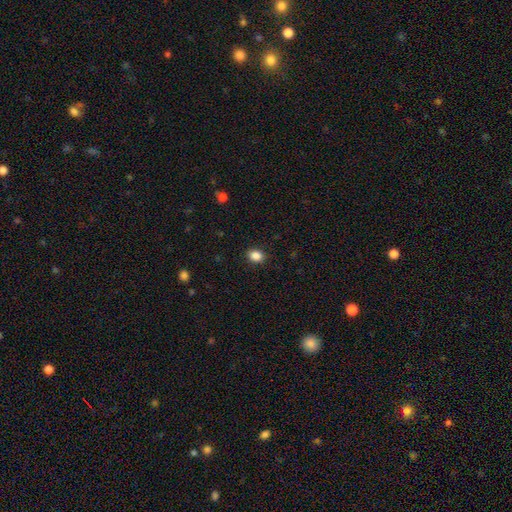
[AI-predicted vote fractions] Q: Smooth or featured?
A: smooth (87%); runner-up: star or artifact (10%)
Q: How rounded?
A: in between (58%); runner-up: round (41%)
Q: Merging?
A: none (90%); runner-up: minor disturbance (7%)